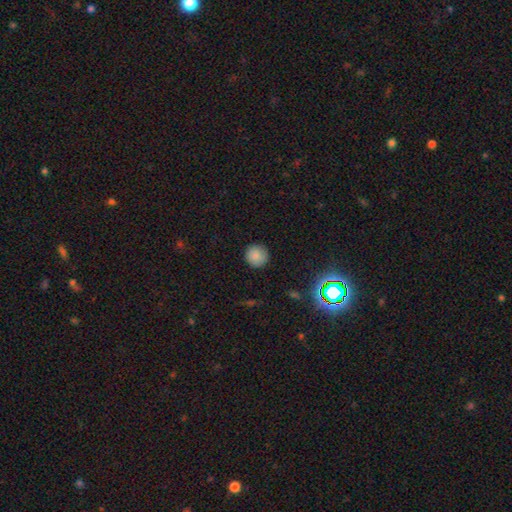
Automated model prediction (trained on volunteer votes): This appears to be a smooth galaxy with no disk features (84%) that is round (95%). Merging: none (90%).